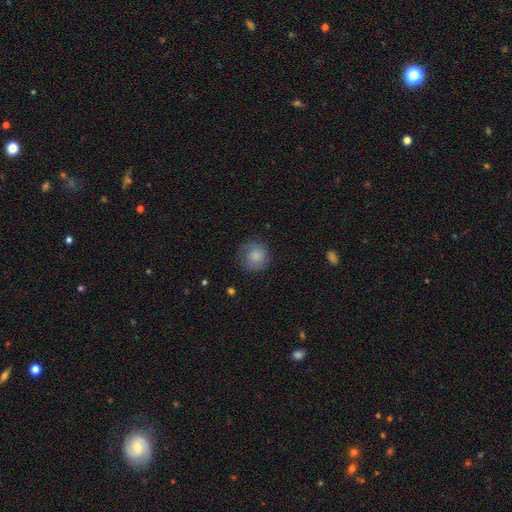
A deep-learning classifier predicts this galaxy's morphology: Smooth or featured?
  - smooth: 74% *
  - featured or disk: 18%
  - star or artifact: 8%
How rounded?
  - round: 91% *
  - in between: 8%
  - cigar-shaped: 1%
Merging?
  - none: 73% *
  - minor disturbance: 18%
  - major disturbance: 7%
  - merger: 1%